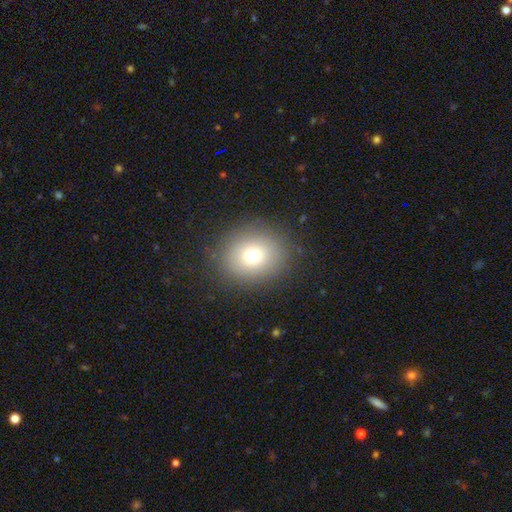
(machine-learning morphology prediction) Overall: smooth (72%). How rounded: round (77%). Merging: none (88%).